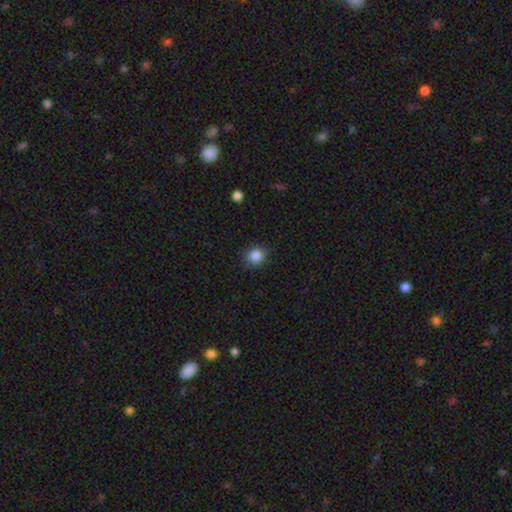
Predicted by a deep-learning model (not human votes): A smooth galaxy with no disk features (86%) that is round (83%).

Vote fractions:
- Smooth or featured? smooth: 86% / star or artifact: 10% / featured or disk: 4%
- How rounded? round: 83% / in between: 16% / cigar-shaped: 1%
- Merging? none: 87% / minor disturbance: 9% / major disturbance: 2% / merger: 1%